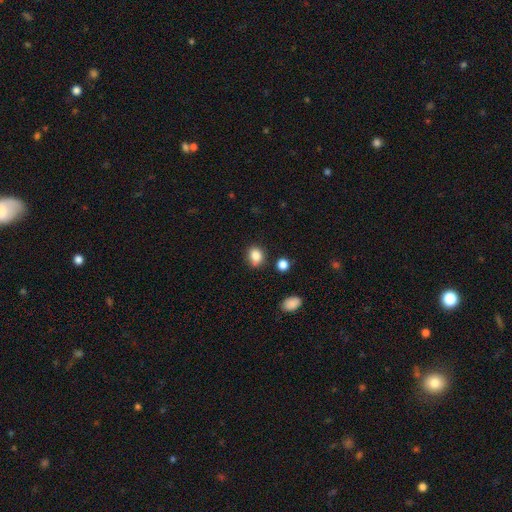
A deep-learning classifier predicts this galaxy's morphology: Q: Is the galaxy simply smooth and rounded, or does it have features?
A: smooth — 84%.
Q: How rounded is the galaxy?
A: round — 53%.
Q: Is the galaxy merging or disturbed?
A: none — 76%.